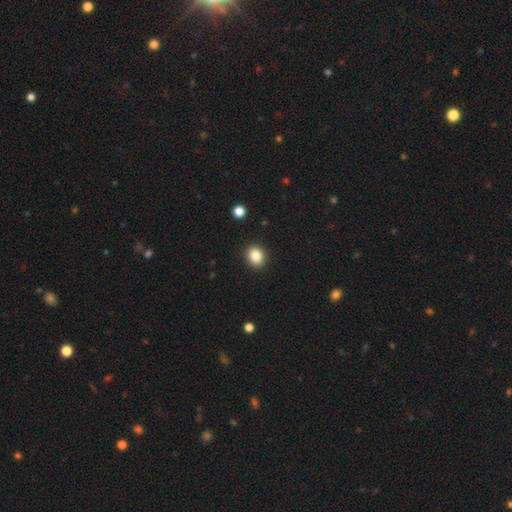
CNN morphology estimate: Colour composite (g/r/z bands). It shows a smooth galaxy with no disk features (85%) that is round (68%). Merging: none (91%).